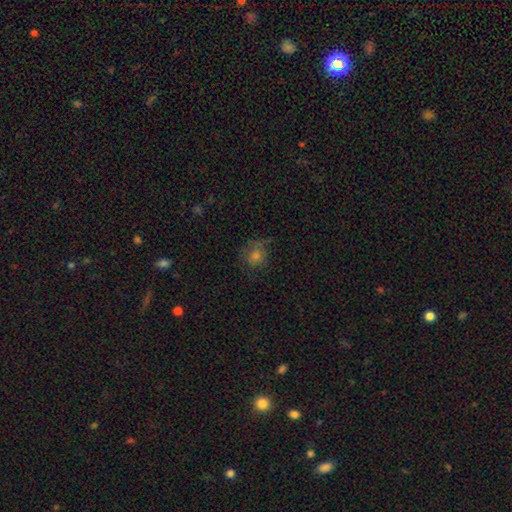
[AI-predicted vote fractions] smooth 62%, star or artifact 21%, featured or disk 16%. Down the decision tree: how rounded — round (75%); merging — none (55%).